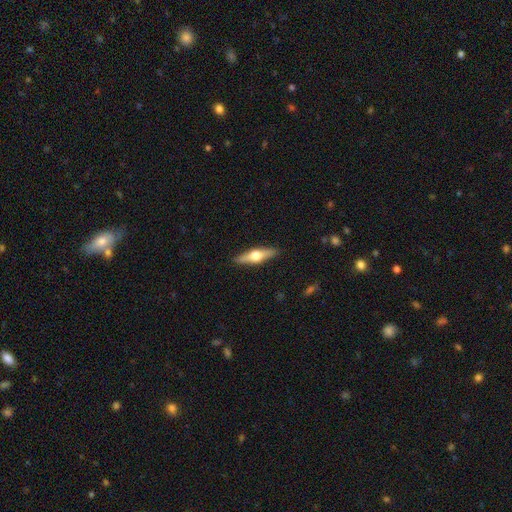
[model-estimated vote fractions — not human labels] Q: Smooth or featured?
A: featured or disk (61%); runner-up: smooth (33%)
Q: Edge-on disk?
A: yes (95%); runner-up: no (5%)
Q: Edge-on bulge?
A: rounded (95%); runner-up: boxy (3%)
Q: Merging?
A: none (90%); runner-up: minor disturbance (7%)